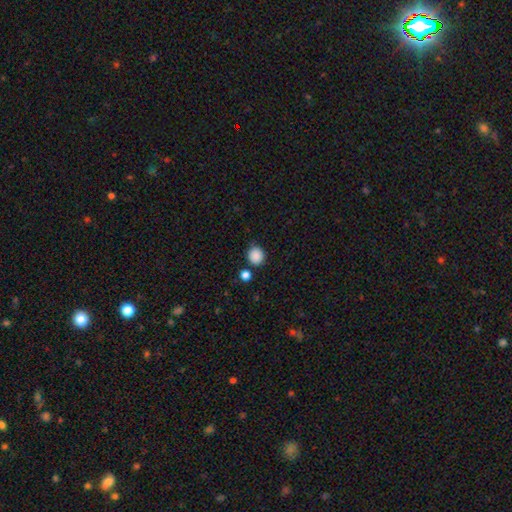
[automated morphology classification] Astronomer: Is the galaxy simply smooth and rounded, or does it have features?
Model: smooth — 87%.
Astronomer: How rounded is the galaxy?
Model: round — 84%.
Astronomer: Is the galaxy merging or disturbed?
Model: none — 80%.